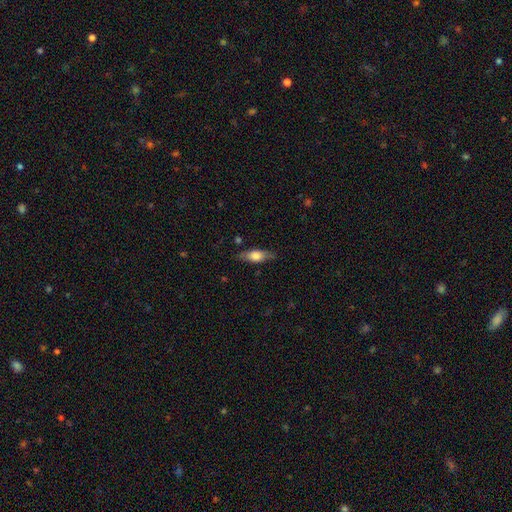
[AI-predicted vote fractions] Q: Smooth or featured?
A: smooth (59%); runner-up: featured or disk (34%)
Q: How rounded?
A: in between (58%); runner-up: cigar-shaped (38%)
Q: Merging?
A: none (80%); runner-up: minor disturbance (15%)